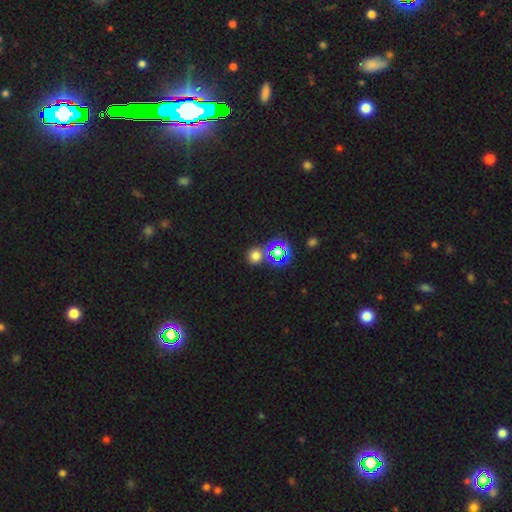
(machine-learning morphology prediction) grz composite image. It shows a smooth galaxy with no disk features (64%) that is round (87%). Merging: none (74%).